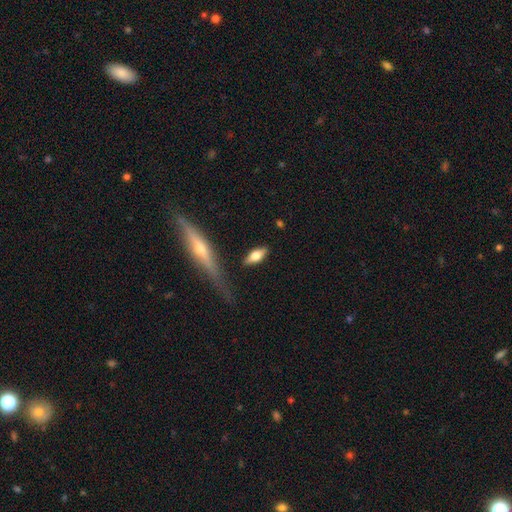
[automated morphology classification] Smooth or featured?
  - smooth: 60% *
  - featured or disk: 34%
  - star or artifact: 6%
How rounded?
  - in between: 71% *
  - cigar-shaped: 25%
  - round: 3%
Merging?
  - none: 79% *
  - minor disturbance: 13%
  - major disturbance: 4%
  - merger: 3%